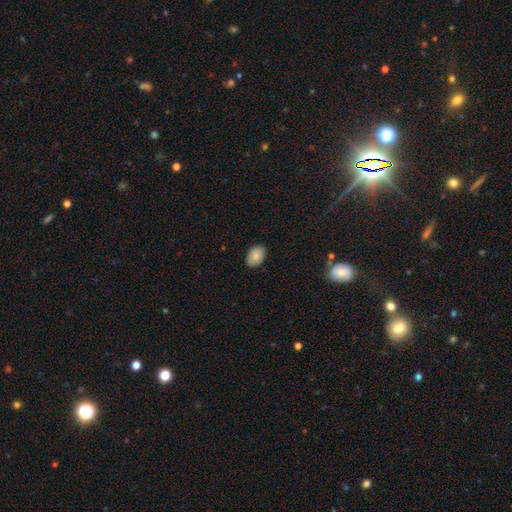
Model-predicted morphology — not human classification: type=smooth (87%); roundness=in between (82%); merging=none (86%).